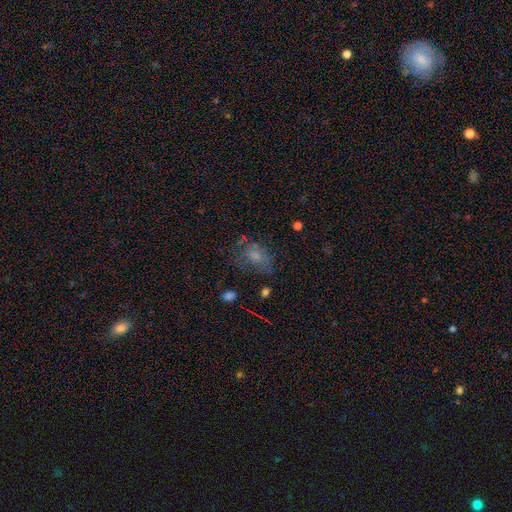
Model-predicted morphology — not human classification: A smooth galaxy with no disk features (63%) that is in between round and cigar-shaped (72%).

Vote fractions:
- Smooth or featured? smooth: 63% / featured or disk: 21% / star or artifact: 16%
- How rounded? in between: 72% / round: 26% / cigar-shaped: 2%
- Merging? none: 45% / minor disturbance: 26% / major disturbance: 25% / merger: 4%